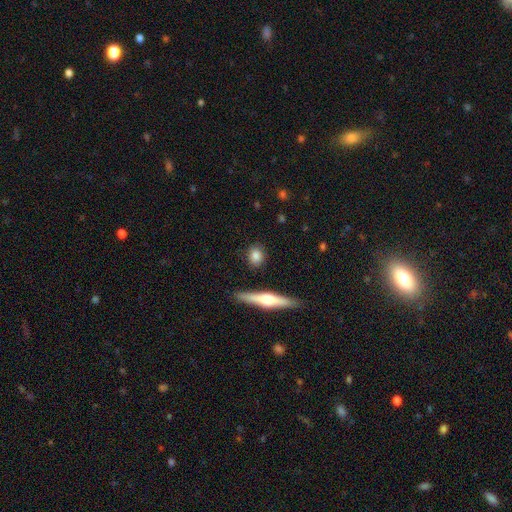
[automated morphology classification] smooth_or_featured: smooth (p=0.79) [alt: featured or disk p=0.14]
how_rounded: round (p=0.56) [alt: in between p=0.35]
merging: none (p=0.86) [alt: minor disturbance p=0.09]